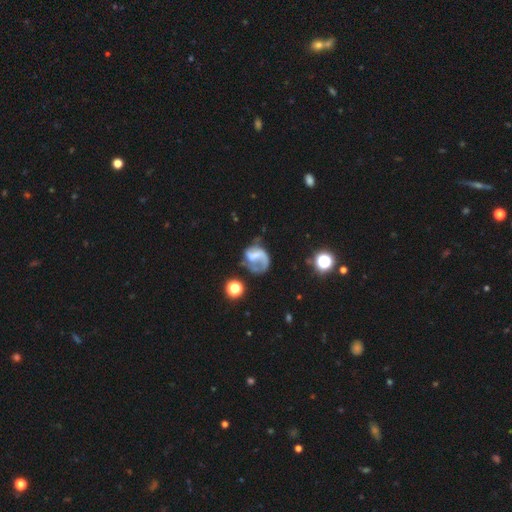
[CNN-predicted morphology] Smooth or featured? featured or disk (64%)
Edge-on disk? no (98%)
Bar? no (45%)
Spiral arms? yes (72%)
Bulge size? none (52%)
Merging? major disturbance (39%)